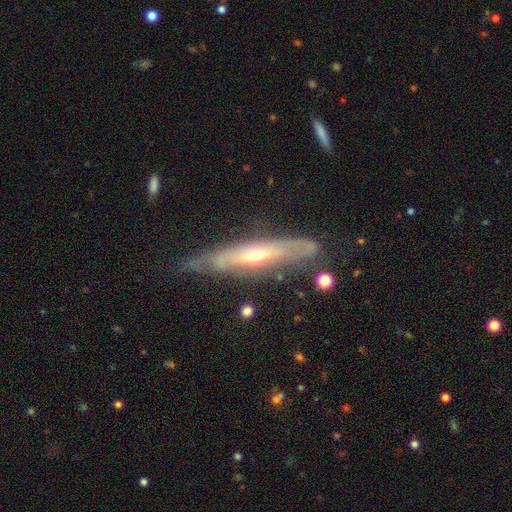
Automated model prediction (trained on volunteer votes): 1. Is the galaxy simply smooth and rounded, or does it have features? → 75% featured or disk, 19% smooth, 6% star or artifact.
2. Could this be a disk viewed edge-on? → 62% yes, 38% no.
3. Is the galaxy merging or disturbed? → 68% none, 22% minor disturbance, 7% major disturbance, 3% merger.